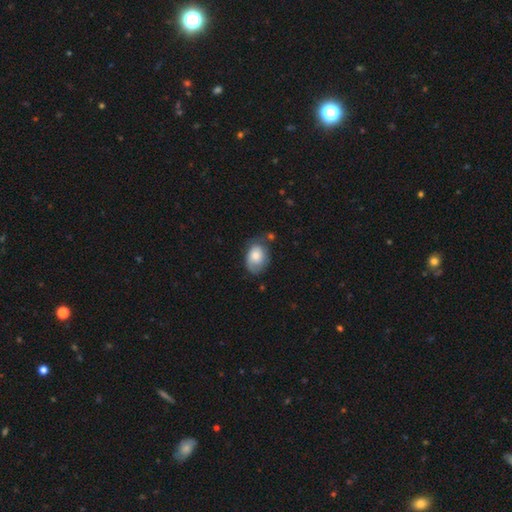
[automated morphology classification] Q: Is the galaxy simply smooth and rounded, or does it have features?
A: smooth — 67%.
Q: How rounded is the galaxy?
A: in between — 80%.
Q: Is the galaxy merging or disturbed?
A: none — 51%.